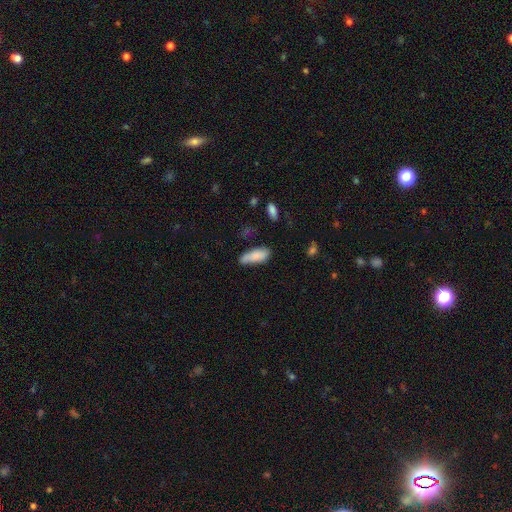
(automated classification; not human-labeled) Smooth or featured? smooth (82%)
How rounded? in between (69%)
Merging? none (52%)